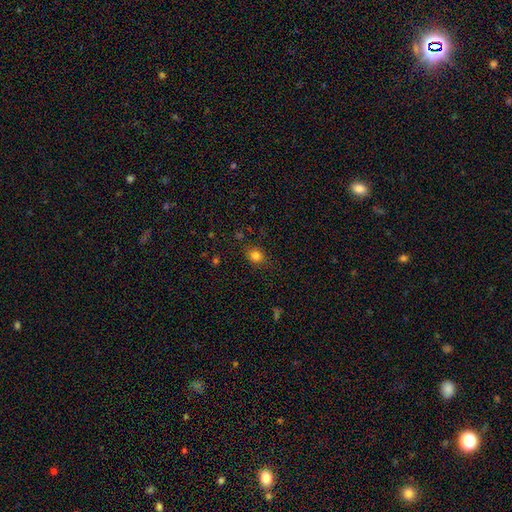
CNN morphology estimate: Smooth or featured: smooth — 81% (star or artifact — 13%)
How rounded: round — 64% (in between — 35%)
Merging: none — 83% (minor disturbance — 12%)